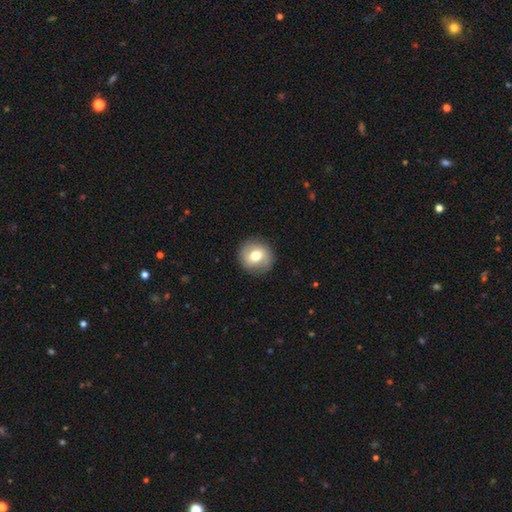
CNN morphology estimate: type=smooth (67%); roundness=round (90%); merging=none (88%).